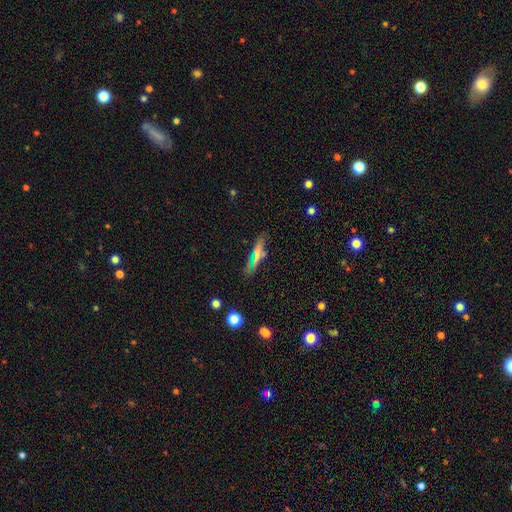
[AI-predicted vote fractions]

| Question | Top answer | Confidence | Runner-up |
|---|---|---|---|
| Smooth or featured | smooth | 53% | featured or disk (30%) |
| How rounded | cigar-shaped | 67% | in between (28%) |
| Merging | none | 82% | minor disturbance (12%) |